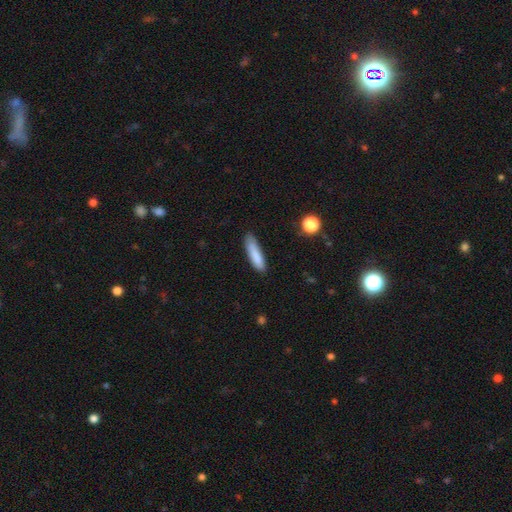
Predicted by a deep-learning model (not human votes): Morphology: type=smooth (83%); roundness=cigar-shaped (79%); merging=none (77%).